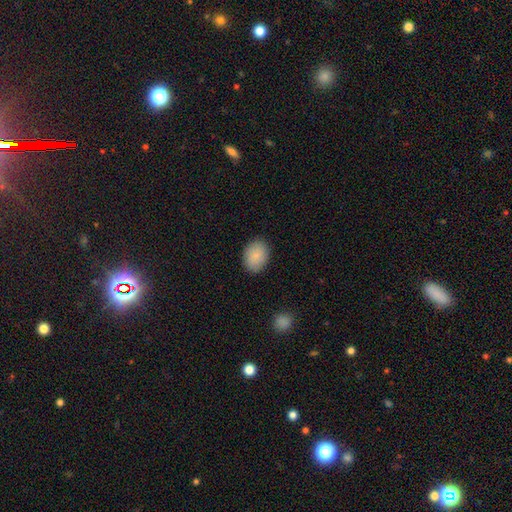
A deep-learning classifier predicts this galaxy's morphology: The model was most divided on "how rounded": in between: 68%, round: 31%, cigar-shaped: 1%. More confident: merging — none (87%); smooth or featured — smooth (86%).